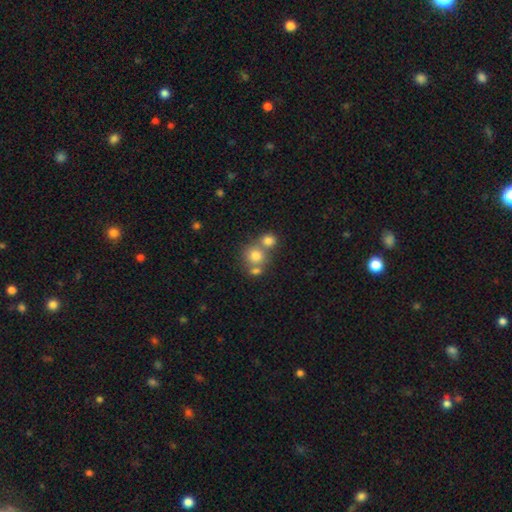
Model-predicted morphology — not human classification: The model was most divided on "merging": none: 45%, merger: 44%, minor disturbance: 8%, major disturbance: 4%. More confident: how rounded — round (83%); smooth or featured — smooth (75%).